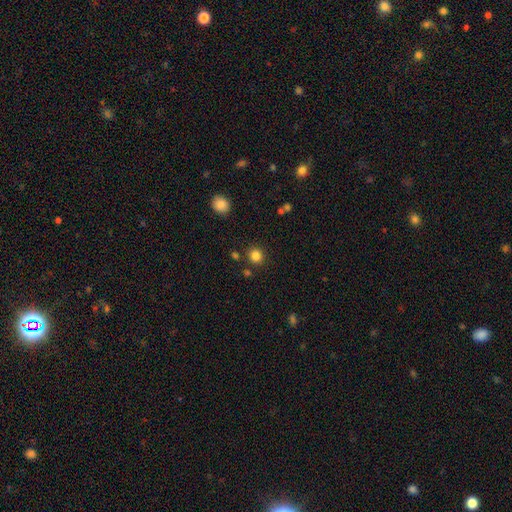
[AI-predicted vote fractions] Smooth or featured?
  - smooth: 83% *
  - star or artifact: 12%
  - featured or disk: 4%
How rounded?
  - round: 89% *
  - in between: 10%
  - cigar-shaped: 1%
Merging?
  - none: 86% *
  - minor disturbance: 7%
  - merger: 4%
  - major disturbance: 3%